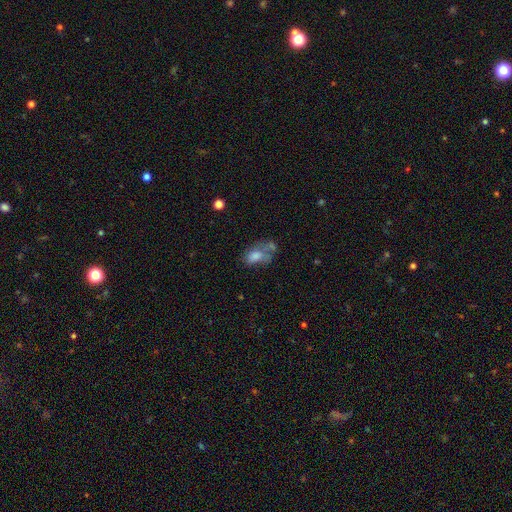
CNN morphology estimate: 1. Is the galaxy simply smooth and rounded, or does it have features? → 64% smooth, 24% featured or disk, 12% star or artifact.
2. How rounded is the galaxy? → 86% in between, 12% round, 3% cigar-shaped.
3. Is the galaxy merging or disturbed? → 30% none, 27% merger, 21% minor disturbance, 21% major disturbance.